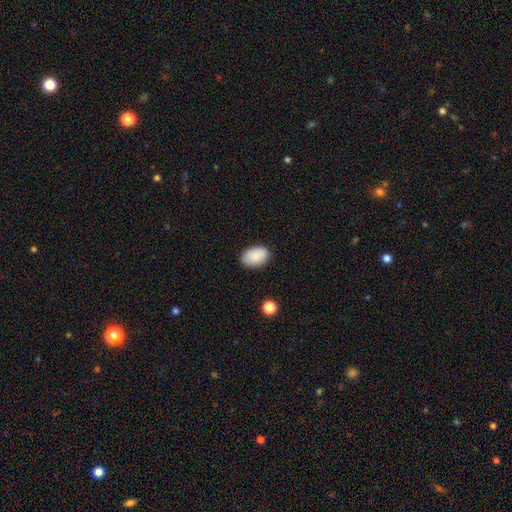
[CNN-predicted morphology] Smooth or featured?
  - smooth: 88% *
  - star or artifact: 7%
  - featured or disk: 6%
How rounded?
  - in between: 89% *
  - round: 10%
  - cigar-shaped: 1%
Merging?
  - none: 85% *
  - minor disturbance: 12%
  - major disturbance: 2%
  - merger: 1%